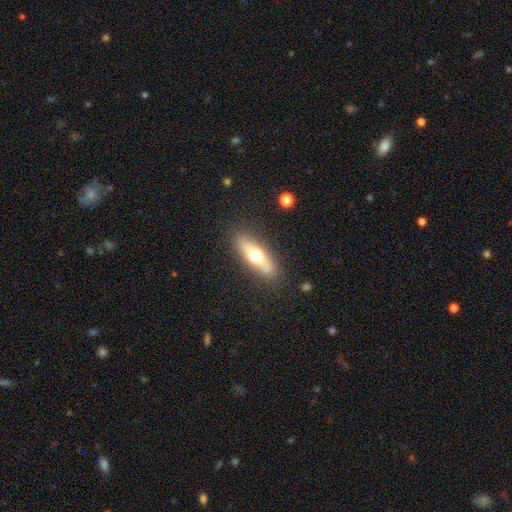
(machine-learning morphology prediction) Smooth or featured? Predicted: smooth (p=0.53). How rounded? Predicted: cigar-shaped (p=0.51). Merging? Predicted: none (p=0.82).